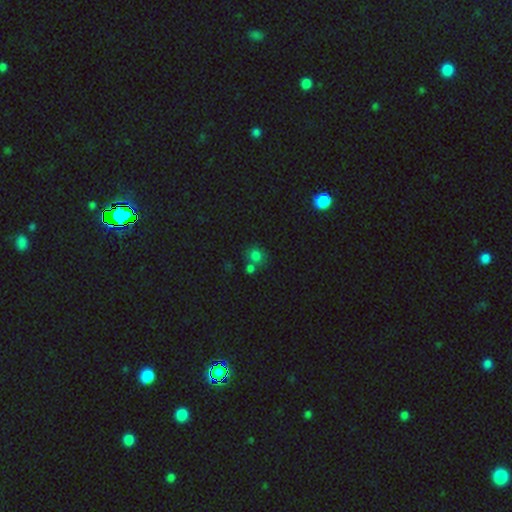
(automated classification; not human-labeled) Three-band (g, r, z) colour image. It shows a smooth galaxy with no disk features (73%) that is round (72%). Merging: none (53%).